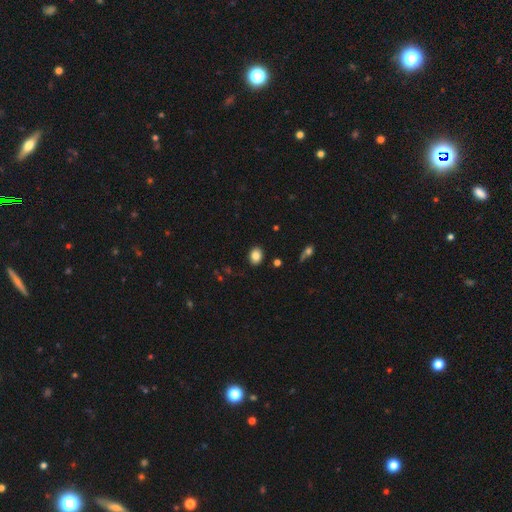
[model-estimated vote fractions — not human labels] A smooth galaxy with no disk features (85%) that is in between round and cigar-shaped (59%).

Vote fractions:
- Smooth or featured? smooth: 85% / star or artifact: 9% / featured or disk: 6%
- How rounded? in between: 59% / round: 40% / cigar-shaped: 1%
- Merging? none: 88% / minor disturbance: 8% / major disturbance: 2% / merger: 2%